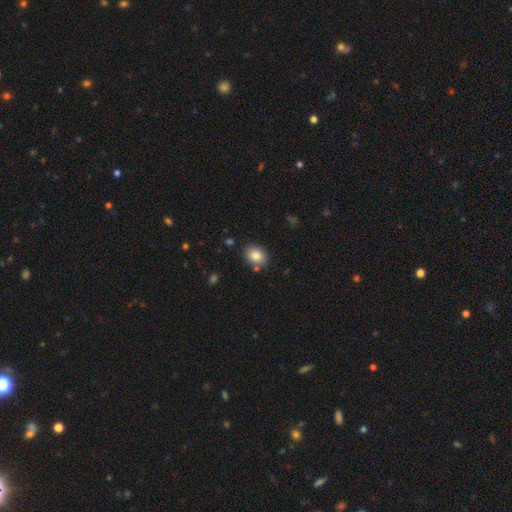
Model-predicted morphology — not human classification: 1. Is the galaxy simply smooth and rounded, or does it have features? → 83% smooth, 9% star or artifact, 8% featured or disk.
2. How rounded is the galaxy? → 66% in between, 33% round, 1% cigar-shaped.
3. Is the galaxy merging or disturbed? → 82% none, 11% minor disturbance, 5% merger, 3% major disturbance.